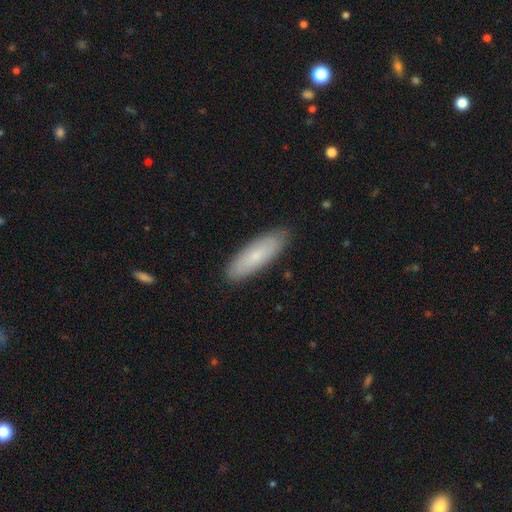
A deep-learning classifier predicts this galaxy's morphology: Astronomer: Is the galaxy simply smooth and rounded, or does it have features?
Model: smooth — 69%.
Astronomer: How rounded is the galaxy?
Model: in between — 54% (runner-up: cigar-shaped, 45%).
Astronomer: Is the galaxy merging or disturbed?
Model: none — 87%.